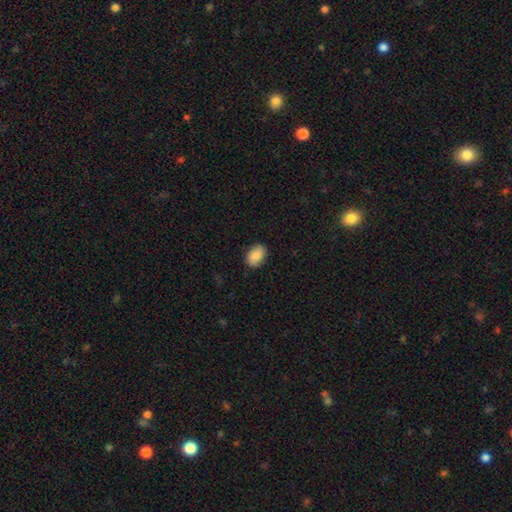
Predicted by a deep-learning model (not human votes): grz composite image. It shows a smooth galaxy with no disk features (85%) that is in between round and cigar-shaped (81%). Merging: none (83%).